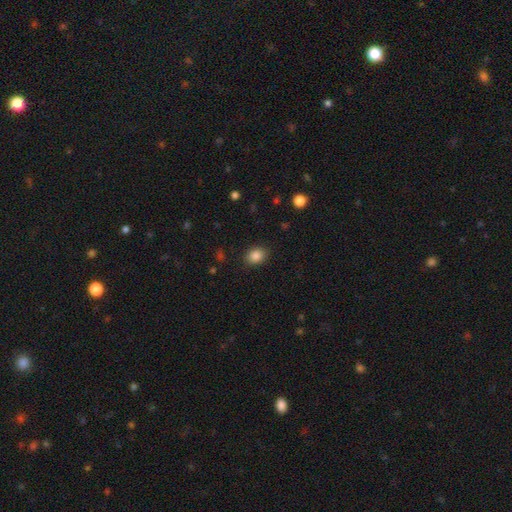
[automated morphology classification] smooth-or-featured: smooth: 86% | star or artifact: 10% | featured or disk: 5%
  how-rounded: in between: 56% | round: 43% | cigar-shaped: 1%
  merging: none: 87% | minor disturbance: 9% | major disturbance: 3% | merger: 1%